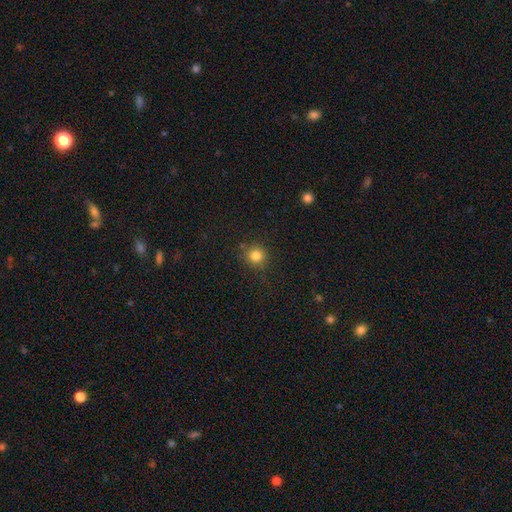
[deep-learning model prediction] This appears to be a smooth galaxy with no disk features (82%) that is round (92%). Merging: none (85%).